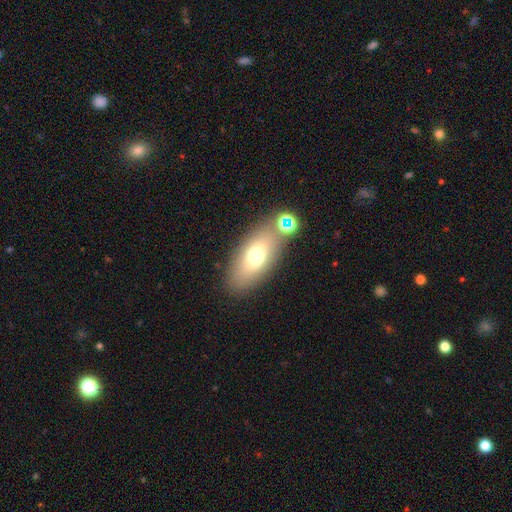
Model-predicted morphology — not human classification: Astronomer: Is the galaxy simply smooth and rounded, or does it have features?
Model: smooth — 68%.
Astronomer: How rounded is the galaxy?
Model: in between — 86%.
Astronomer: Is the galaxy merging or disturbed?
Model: none — 75%.